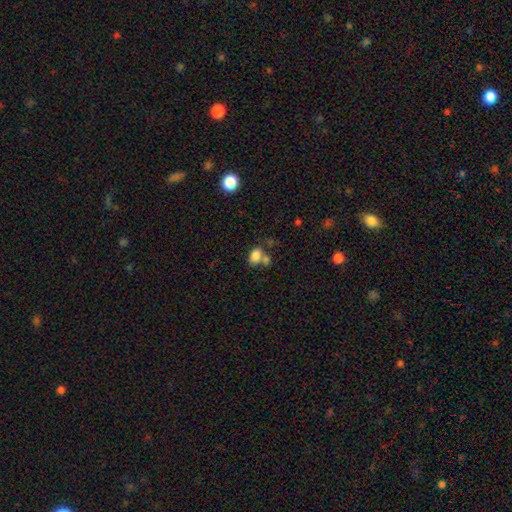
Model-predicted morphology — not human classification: A smooth galaxy with no disk features (82%) that is in between round and cigar-shaped (83%). Merging: none (43%).